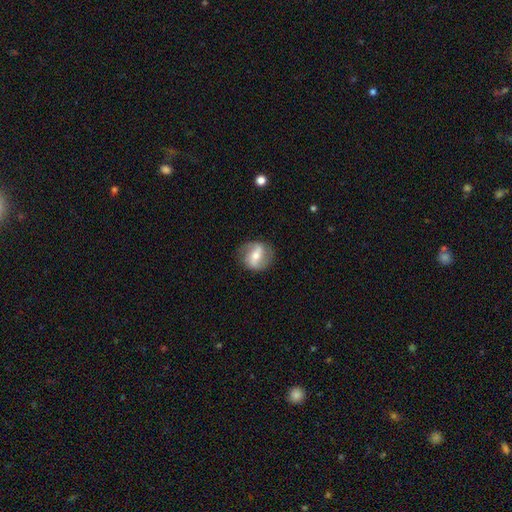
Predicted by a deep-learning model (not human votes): The model was most divided on "spiral winding": loose: 45%, medium: 37%, tight: 17%. Remaining: edge-on disk — no (95%); spiral arm count — 2 (89%); spiral arms — yes (84%); merging — none (83%); smooth or featured — featured or disk (72%); bulge size — moderate (54%); bar — strong (48%).